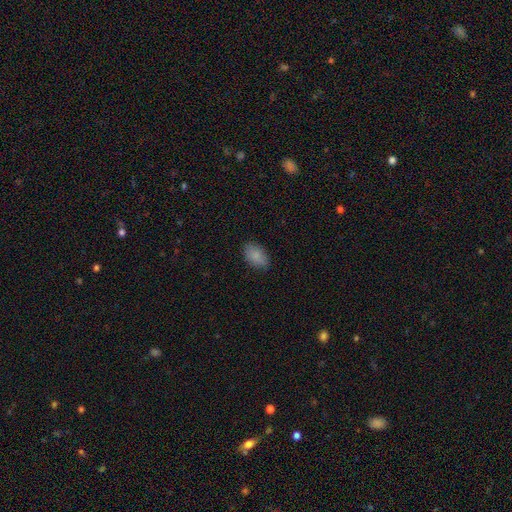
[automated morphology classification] type=smooth (86%); roundness=in between (88%); merging=none (82%).